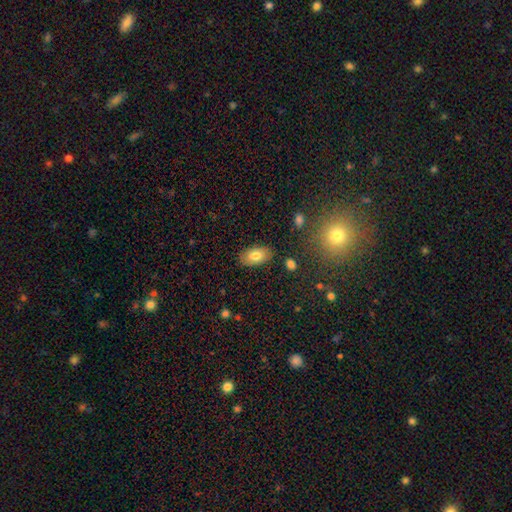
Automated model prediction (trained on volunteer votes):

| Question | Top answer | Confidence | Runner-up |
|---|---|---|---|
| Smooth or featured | smooth | 79% | featured or disk (13%) |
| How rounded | in between | 93% | round (5%) |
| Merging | none | 85% | minor disturbance (10%) |